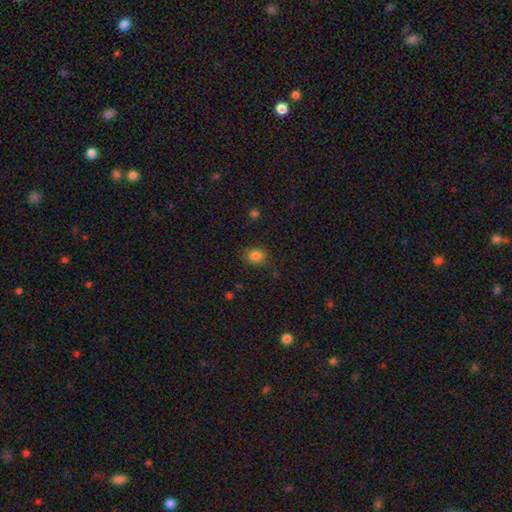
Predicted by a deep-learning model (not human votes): Smooth or featured? smooth (84%)
How rounded? round (59%)
Merging? none (80%)